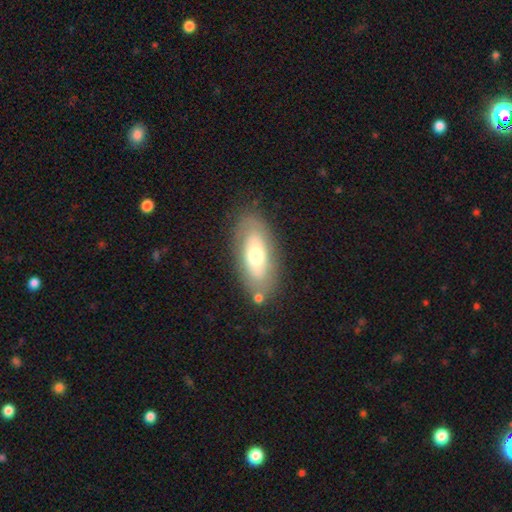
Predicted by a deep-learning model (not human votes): Overall: featured or disk (47%; smooth 46%). Merging: none (77%).